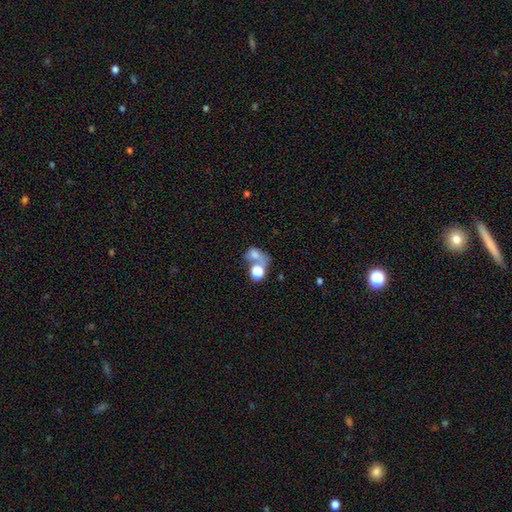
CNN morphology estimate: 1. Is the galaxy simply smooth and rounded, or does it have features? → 62% smooth, 21% featured or disk, 17% star or artifact.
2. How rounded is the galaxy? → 57% in between, 41% round, 2% cigar-shaped.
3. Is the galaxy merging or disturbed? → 50% merger, 23% none, 16% major disturbance, 11% minor disturbance.